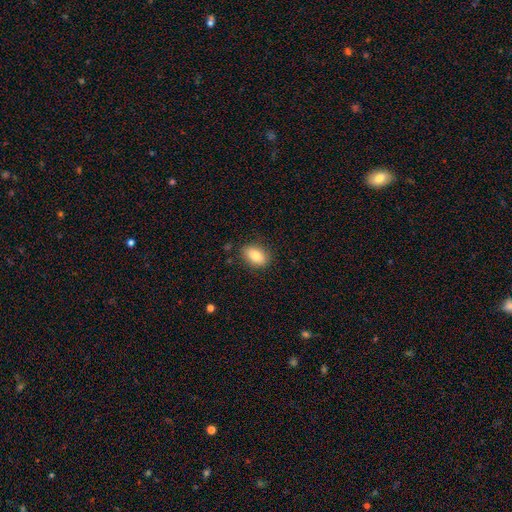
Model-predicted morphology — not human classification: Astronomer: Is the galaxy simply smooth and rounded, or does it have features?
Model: smooth — 81%.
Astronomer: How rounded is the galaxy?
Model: in between — 85%.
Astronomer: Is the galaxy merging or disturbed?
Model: none — 84%.